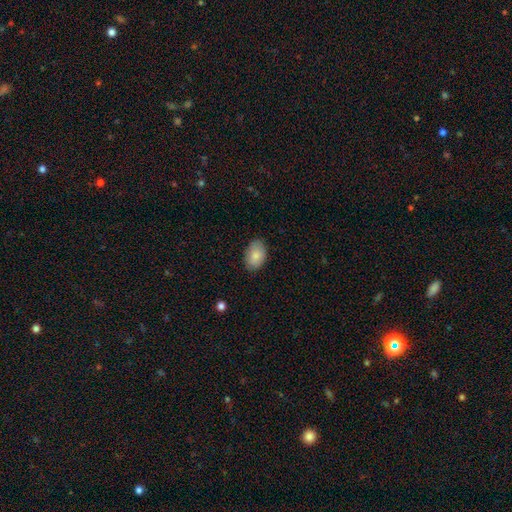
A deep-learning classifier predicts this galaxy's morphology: A smooth galaxy with no disk features (86%) that is in between round and cigar-shaped (89%). Merging: none (85%).